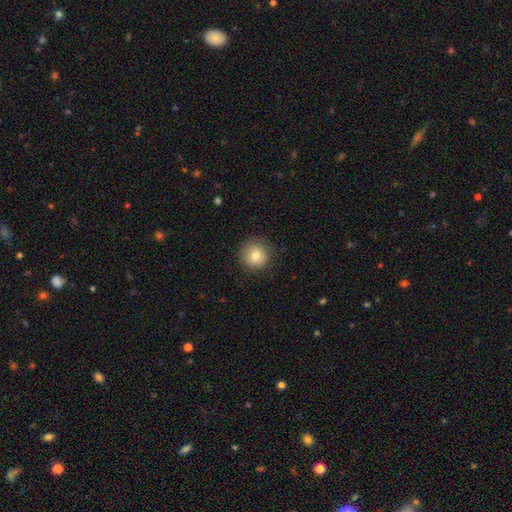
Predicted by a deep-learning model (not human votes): Smooth or featured?
  - smooth: 79% *
  - featured or disk: 11%
  - star or artifact: 10%
How rounded?
  - round: 91% *
  - in between: 8%
  - cigar-shaped: 1%
Merging?
  - none: 85% *
  - minor disturbance: 11%
  - major disturbance: 3%
  - merger: 1%